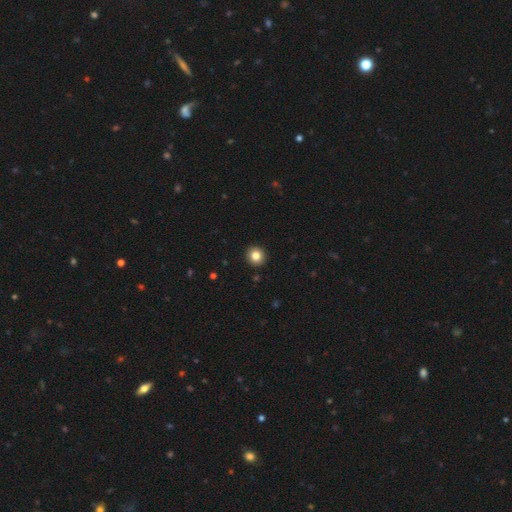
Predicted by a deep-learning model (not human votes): Morphology: type=smooth (83%); roundness=round (92%); merging=none (93%).